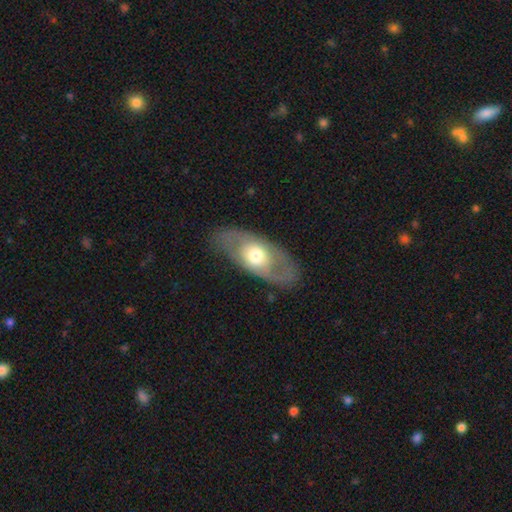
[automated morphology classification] This appears to be a featured or disk galaxy (51%). Merging: none (79%).